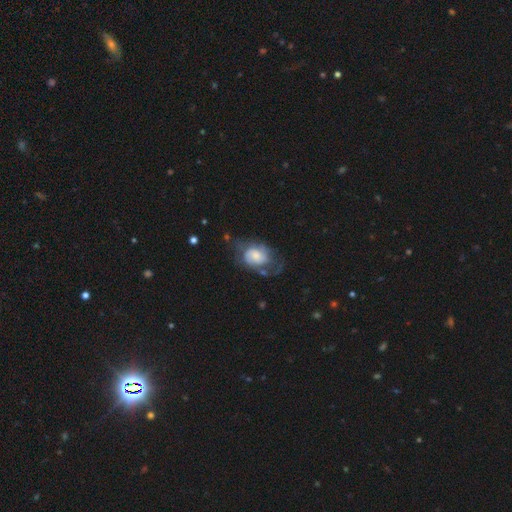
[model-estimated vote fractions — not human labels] Morphology: type=featured or disk (60%); edge-on=no (97%); bar=no (69%); spiral arms=yes (80%); bulge=moderate (37%); merging=none (41%).